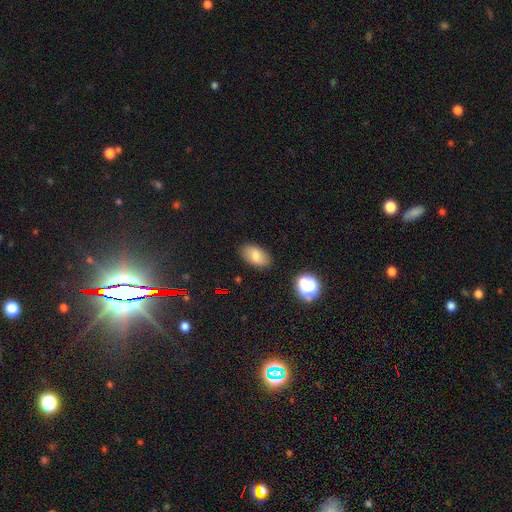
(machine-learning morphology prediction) smooth_or_featured: smooth (p=0.79) [alt: star or artifact p=0.11]
how_rounded: in between (p=0.92) [alt: round p=0.06]
merging: none (p=0.84) [alt: minor disturbance p=0.12]